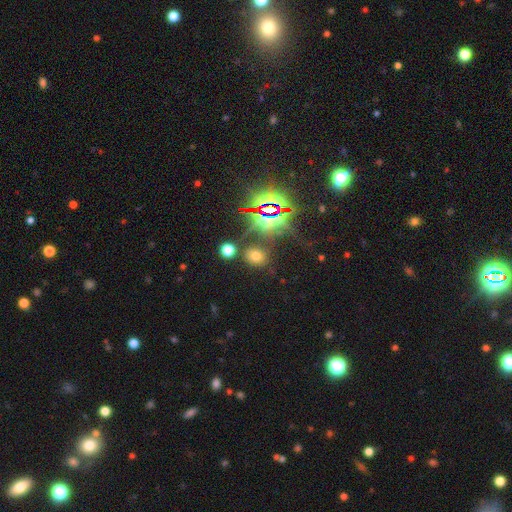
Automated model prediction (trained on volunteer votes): A smooth galaxy with no disk features (53%) that is round (67%). Merging: none (78%).